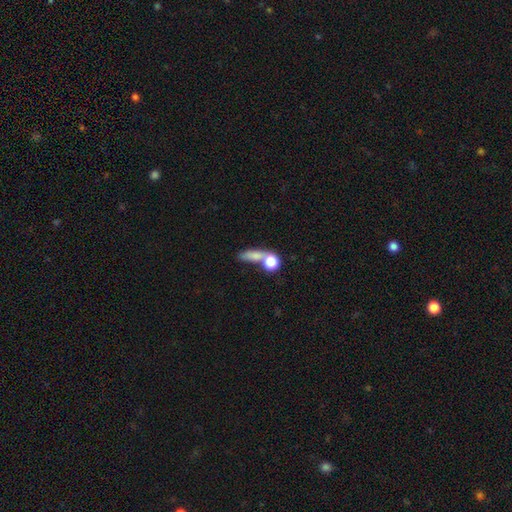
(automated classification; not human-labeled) This appears to be a smooth galaxy with no disk features (71%) that is in between round and cigar-shaped (37%). Merging: merger (39%).